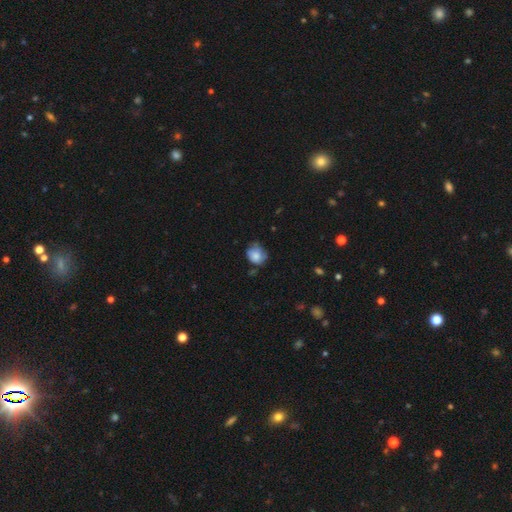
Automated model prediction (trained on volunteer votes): A smooth galaxy with no disk features (73%) that is round (62%).

Vote fractions:
- Smooth or featured? smooth: 73% / featured or disk: 18% / star or artifact: 9%
- How rounded? round: 62% / in between: 37% / cigar-shaped: 1%
- Merging? none: 50% / minor disturbance: 35% / major disturbance: 12% / merger: 3%